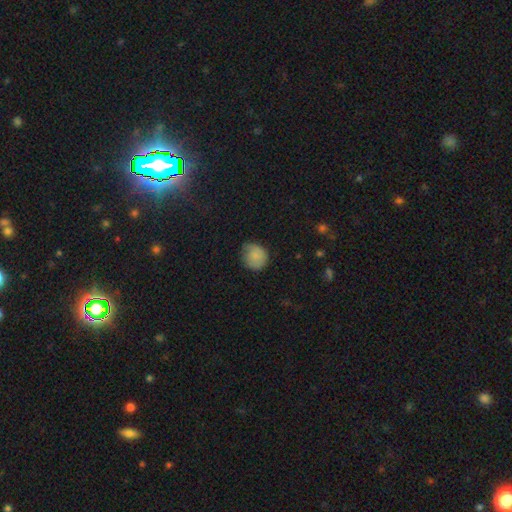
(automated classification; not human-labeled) Smooth or featured? Predicted: smooth (p=0.81). How rounded? Predicted: round (p=0.83). Merging? Predicted: none (p=0.63).